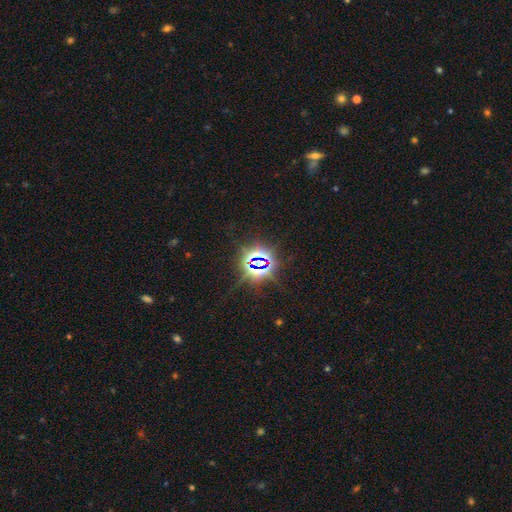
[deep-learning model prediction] A star or artifact, not a galaxy (82%).